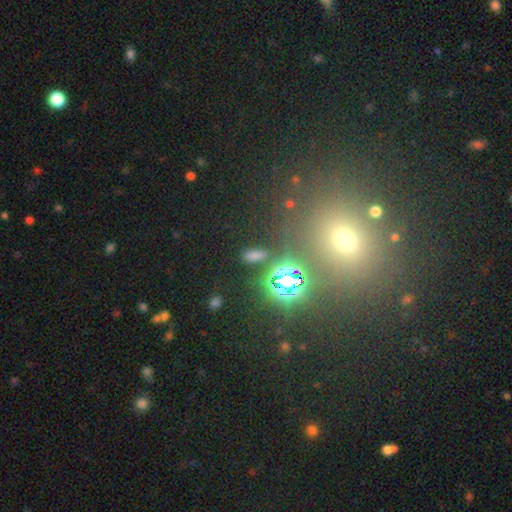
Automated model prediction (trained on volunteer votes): A smooth galaxy with no disk features (57%) that is in between round and cigar-shaped (67%).

Vote fractions:
- Smooth or featured? smooth: 57% / star or artifact: 34% / featured or disk: 9%
- How rounded? in between: 67% / cigar-shaped: 21% / round: 12%
- Merging? none: 81% / minor disturbance: 10% / merger: 5% / major disturbance: 5%